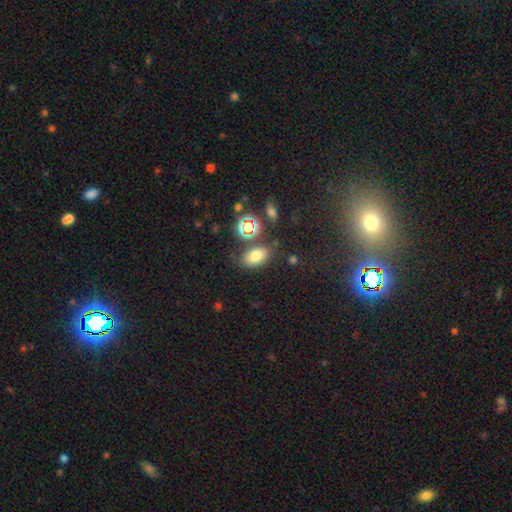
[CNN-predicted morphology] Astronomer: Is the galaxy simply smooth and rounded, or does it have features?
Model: smooth — 73%.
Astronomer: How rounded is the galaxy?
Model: in between — 87%.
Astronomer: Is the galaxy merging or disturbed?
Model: none — 73%.